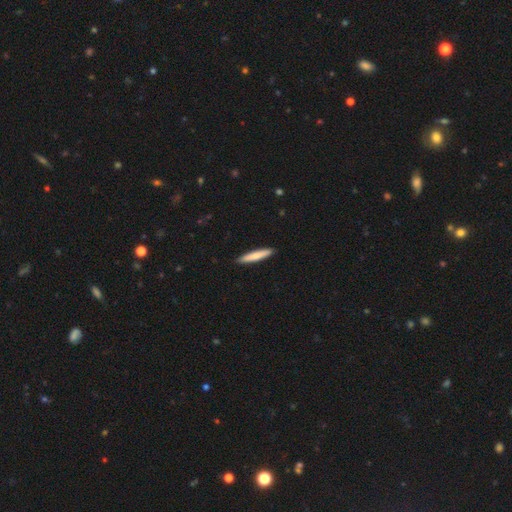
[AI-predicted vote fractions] Smooth or featured? Predicted: smooth (p=0.76). How rounded? Predicted: cigar-shaped (p=0.93). Merging? Predicted: none (p=0.91).